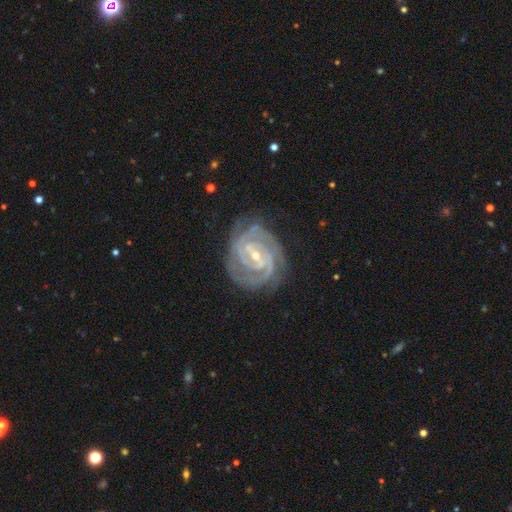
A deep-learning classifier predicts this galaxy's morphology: Smooth or featured: featured or disk — 91% (star or artifact — 5%)
Edge-on disk: no — 97% (yes — 3%)
Bar: weak — 45% (strong — 37%)
Spiral arms: yes — 98% (no — 2%)
Spiral winding: tight — 75% (medium — 23%)
Spiral arm count: 3 — 28% (2 — 25%)
Bulge size: small — 70% (moderate — 27%)
Merging: none — 78% (minor disturbance — 15%)